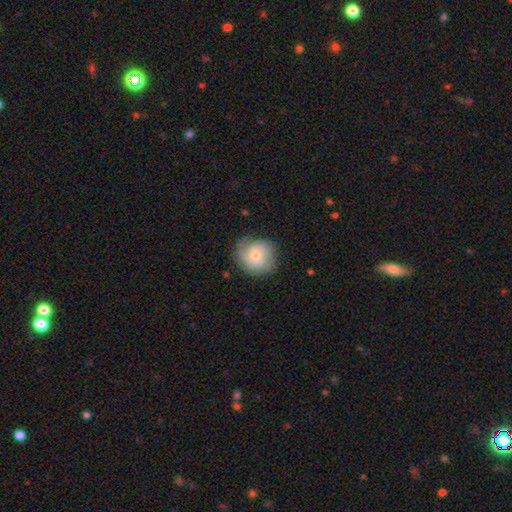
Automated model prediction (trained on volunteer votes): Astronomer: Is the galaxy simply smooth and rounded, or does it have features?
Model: featured or disk — 66%.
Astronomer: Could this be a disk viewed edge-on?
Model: no — 98%.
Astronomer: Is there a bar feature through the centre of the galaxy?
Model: no — 73%.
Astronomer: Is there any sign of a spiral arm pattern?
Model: yes — 93%.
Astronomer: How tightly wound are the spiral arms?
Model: tight — 54% (runner-up: medium, 36%).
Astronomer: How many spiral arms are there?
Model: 2 — 32% (runner-up: 3, 30%).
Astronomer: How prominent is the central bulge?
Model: small — 49% (runner-up: moderate, 44%).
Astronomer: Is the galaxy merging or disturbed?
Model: none — 76%.